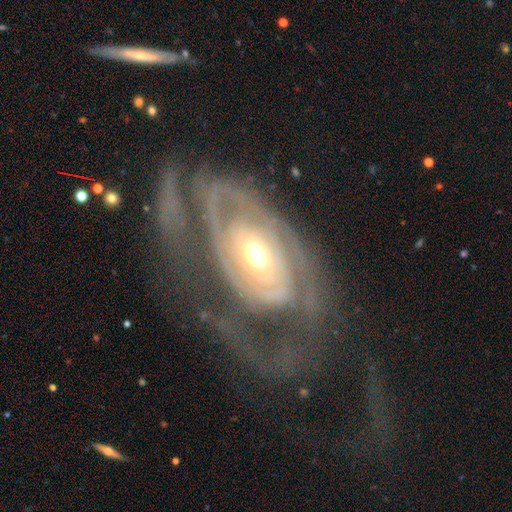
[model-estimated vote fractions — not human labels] A featured or disk galaxy (85%) with no bar (66%), tight (61%) spiral arms (80%) and a moderate central bulge (62%). Merging: none (40%).